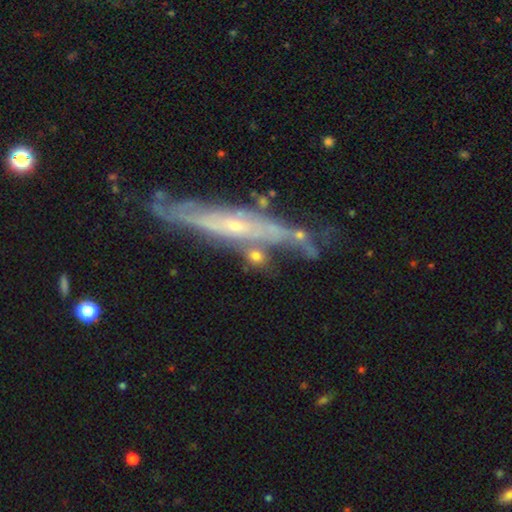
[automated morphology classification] Smooth or featured: smooth — 52% (featured or disk — 34%)
How rounded: round — 35% (in between — 33%)
Merging: none — 56% (minor disturbance — 17%)